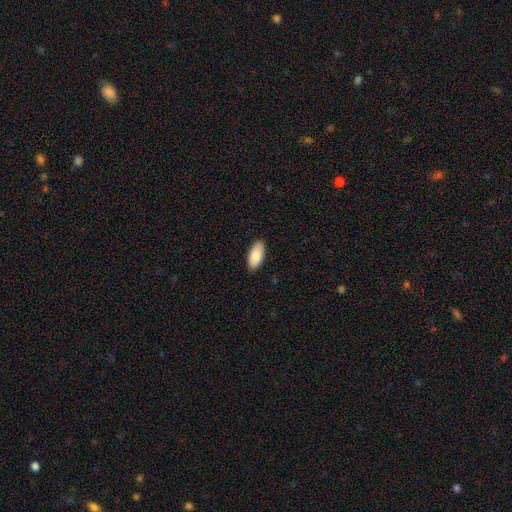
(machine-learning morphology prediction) Overall: smooth (87%). How rounded: in between (92%). Merging: none (89%).